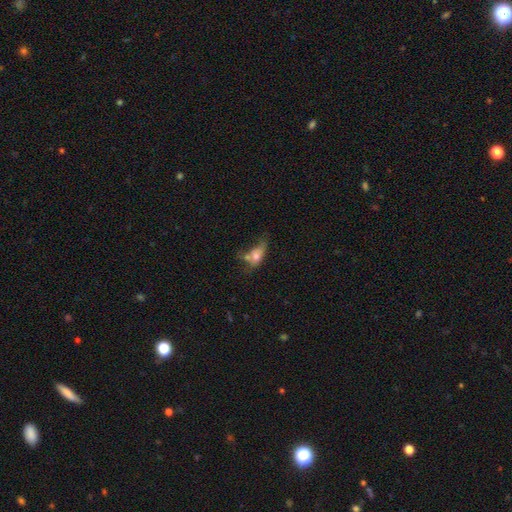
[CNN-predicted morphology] A smooth galaxy with no disk features (62%) that is in between round and cigar-shaped (78%).

Vote fractions:
- Smooth or featured? smooth: 62% / featured or disk: 27% / star or artifact: 10%
- How rounded? in between: 78% / round: 13% / cigar-shaped: 8%
- Merging? merger: 30% / none: 24% / major disturbance: 23% / minor disturbance: 23%